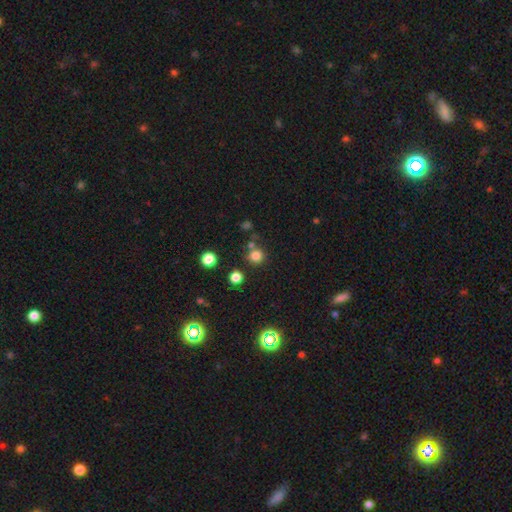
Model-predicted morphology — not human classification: smooth_or_featured: smooth (p=0.79) [alt: star or artifact p=0.16]
how_rounded: round (p=0.92) [alt: in between p=0.07]
merging: none (p=0.76) [alt: merger p=0.12]